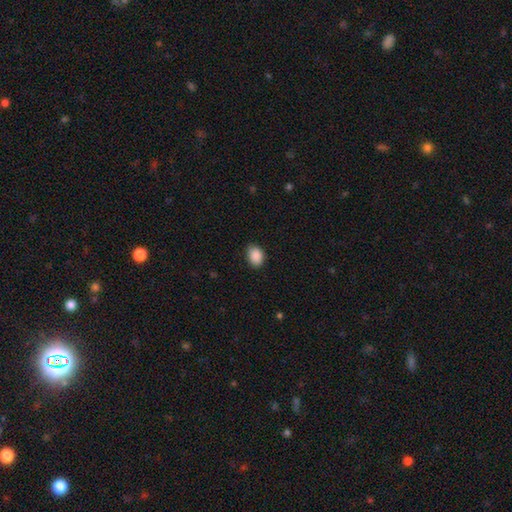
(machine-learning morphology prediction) type=smooth (90%); roundness=in between (75%); merging=none (84%).